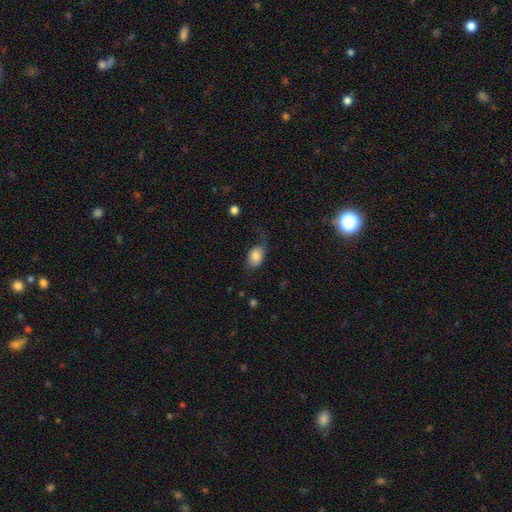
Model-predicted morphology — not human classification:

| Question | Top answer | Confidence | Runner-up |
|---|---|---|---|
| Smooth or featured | smooth | 77% | featured or disk (16%) |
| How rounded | in between | 85% | round (14%) |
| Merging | none | 43% | minor disturbance (28%) |